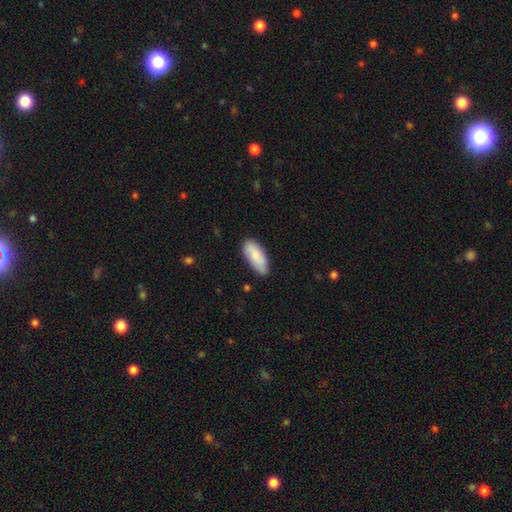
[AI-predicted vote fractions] smooth_or_featured: smooth (p=0.83) [alt: featured or disk p=0.11]
how_rounded: in between (p=0.84) [alt: cigar-shaped p=0.14]
merging: none (p=0.75) [alt: minor disturbance p=0.20]